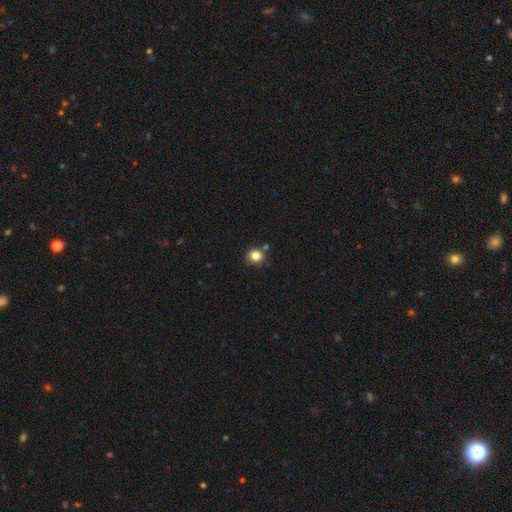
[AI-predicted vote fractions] Overall: smooth (83%). How rounded: round (89%). Merging: none (79%).